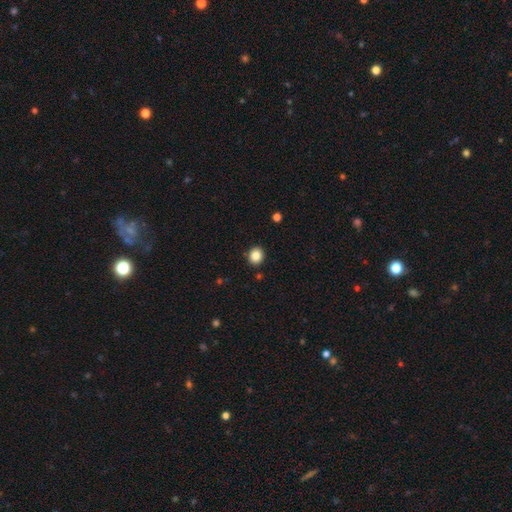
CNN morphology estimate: Smooth or featured? smooth (85%)
How rounded? round (78%)
Merging? none (90%)